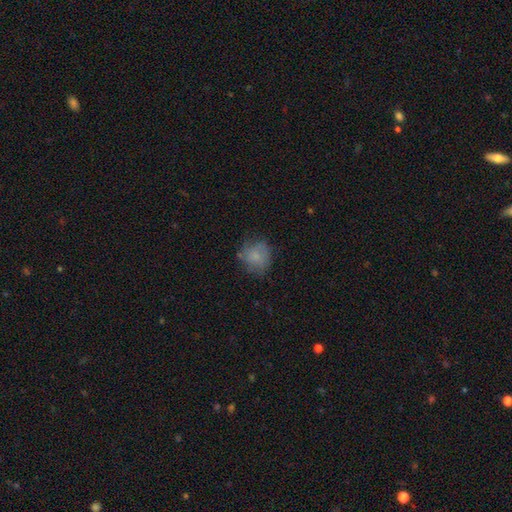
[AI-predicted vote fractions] Smooth or featured: smooth — 66% (featured or disk — 24%)
How rounded: round — 79% (in between — 20%)
Merging: none — 63% (minor disturbance — 24%)